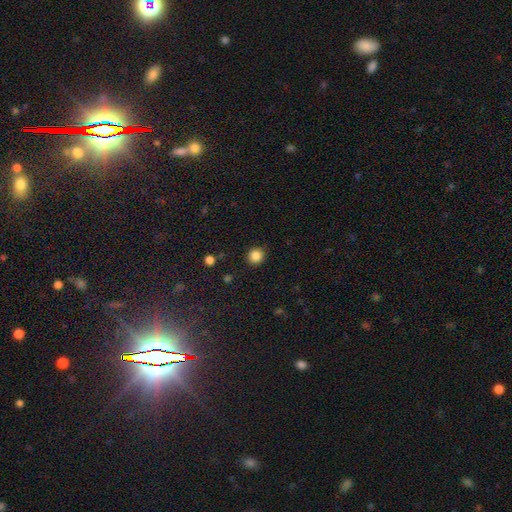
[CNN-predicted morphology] Smooth or featured: smooth — 85% (star or artifact — 11%)
How rounded: round — 90% (in between — 9%)
Merging: none — 91% (minor disturbance — 6%)